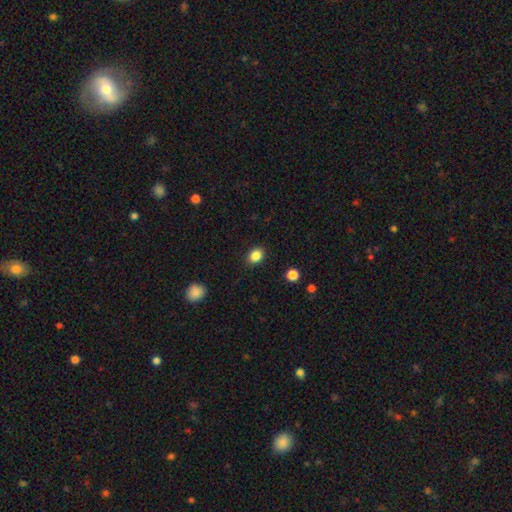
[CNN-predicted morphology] A smooth galaxy with no disk features (86%) that is in between round and cigar-shaped (58%).

Vote fractions:
- Smooth or featured? smooth: 86% / star or artifact: 10% / featured or disk: 4%
- How rounded? in between: 58% / round: 41% / cigar-shaped: 1%
- Merging? none: 89% / minor disturbance: 8% / major disturbance: 2% / merger: 1%